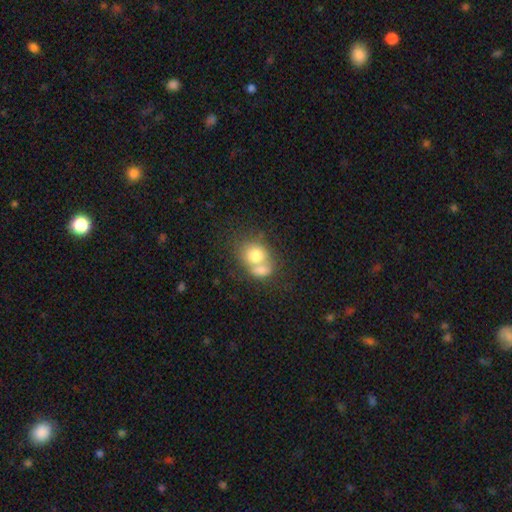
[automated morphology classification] Smooth or featured: smooth — 73% (featured or disk — 18%)
How rounded: round — 62% (in between — 37%)
Merging: merger — 61% (none — 26%)